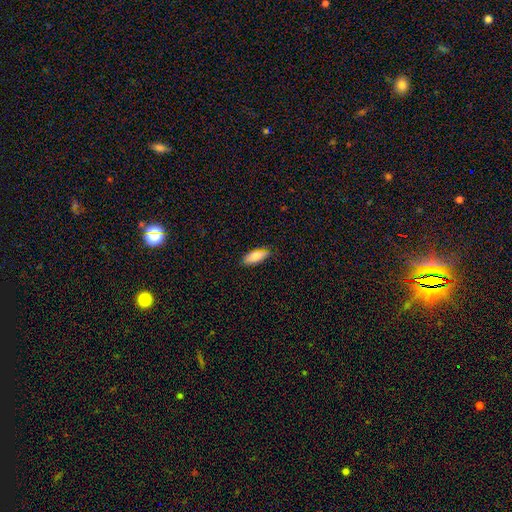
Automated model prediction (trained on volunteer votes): The model was most divided on "how rounded": in between: 77%, cigar-shaped: 21%, round: 2%. More confident: merging — none (81%); smooth or featured — smooth (77%).